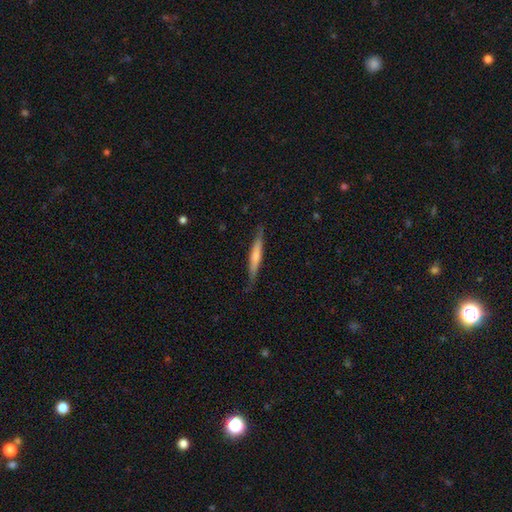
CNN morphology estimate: Smooth or featured: smooth — 54% (featured or disk — 41%)
How rounded: cigar-shaped — 94% (in between — 5%)
Merging: none — 84% (minor disturbance — 12%)